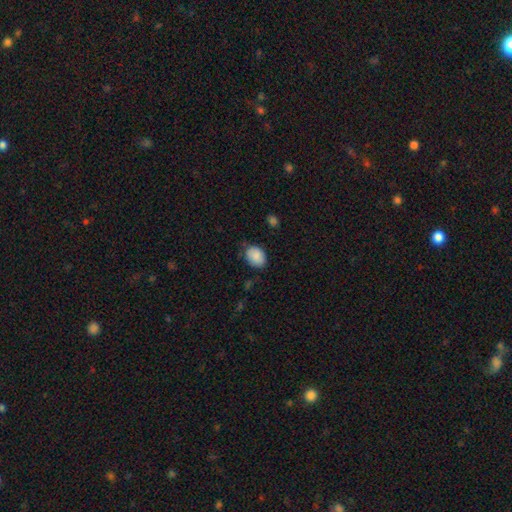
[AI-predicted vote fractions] Q: Smooth or featured?
A: smooth (86%); runner-up: star or artifact (7%)
Q: How rounded?
A: in between (68%); runner-up: round (31%)
Q: Merging?
A: none (71%); runner-up: minor disturbance (23%)